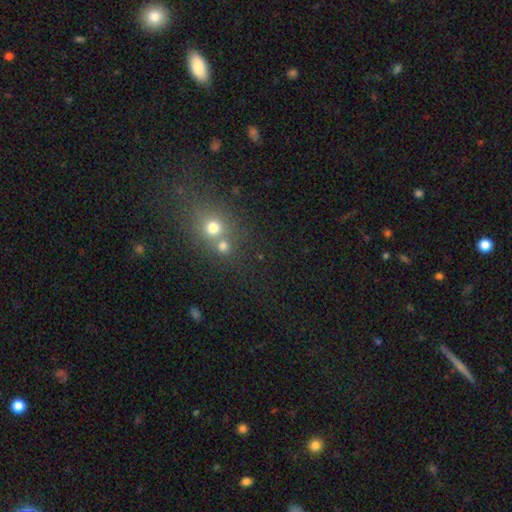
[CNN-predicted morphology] smooth 51%, star or artifact 35%, featured or disk 14%. Down the decision tree: how rounded — round (74%); merging — none (52%).